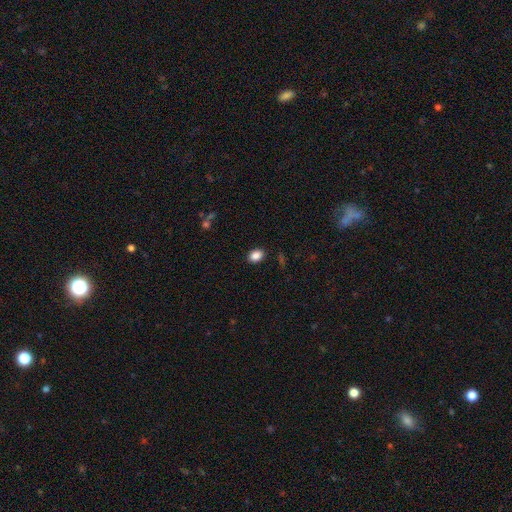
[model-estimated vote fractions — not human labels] Morphology: type=smooth (86%); roundness=in between (76%); merging=none (87%).